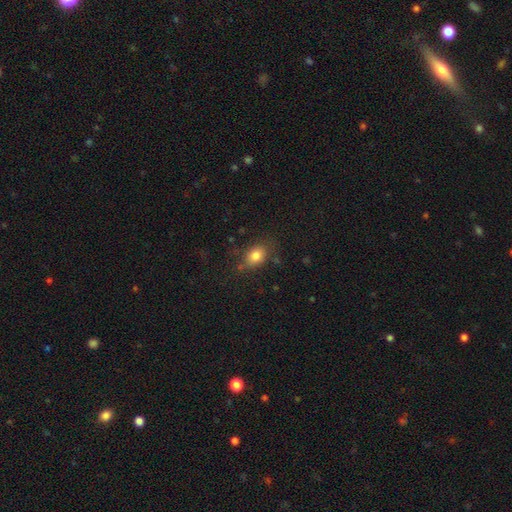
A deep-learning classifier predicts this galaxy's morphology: smooth 81%, star or artifact 11%, featured or disk 8%. Down the decision tree: how rounded — in between (65%); merging — none (73%).